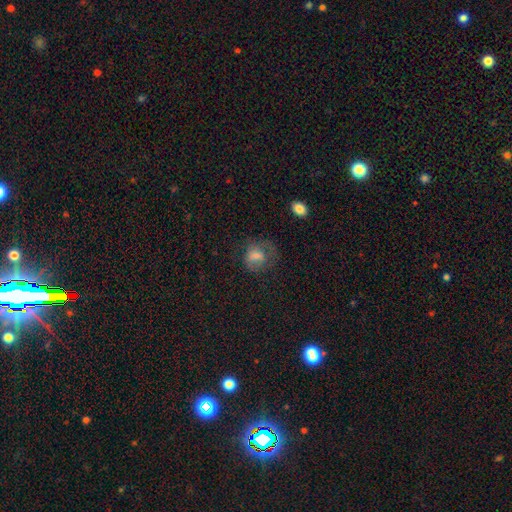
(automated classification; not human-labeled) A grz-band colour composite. It shows a smooth galaxy with no disk features (61%) that is round (59%). Merging: none (47%).